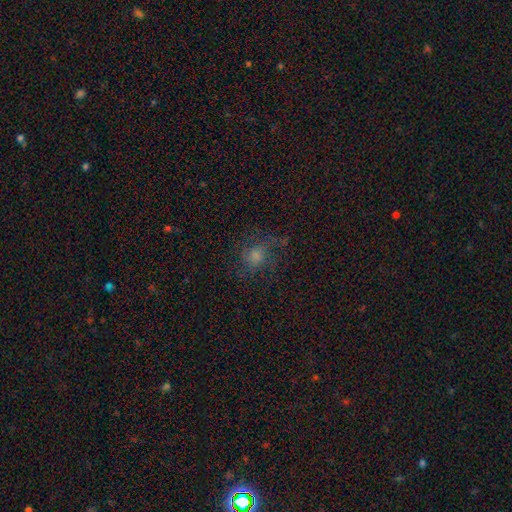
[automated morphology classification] The model was most divided on "smooth or featured": smooth: 44%, featured or disk: 30%, star or artifact: 26%. More confident: merging — none (67%).